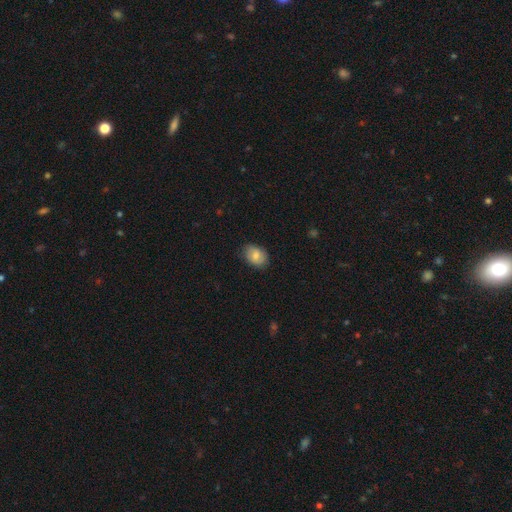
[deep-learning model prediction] The model was most divided on "how rounded": in between: 74%, round: 25%, cigar-shaped: 1%. More confident: merging — none (81%); smooth or featured — smooth (76%).